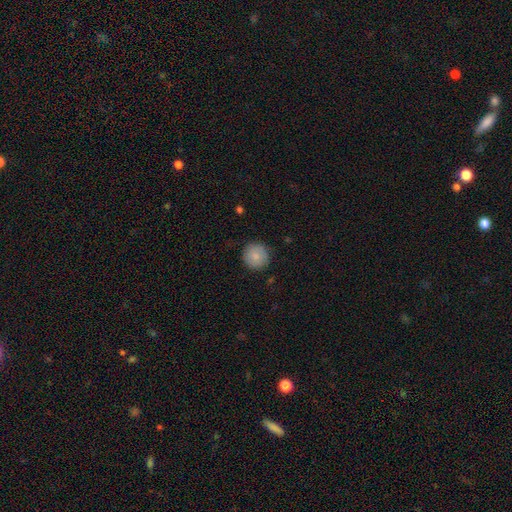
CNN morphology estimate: A smooth galaxy with no disk features (84%) that is round (95%).

Vote fractions:
- Smooth or featured? smooth: 84% / featured or disk: 9% / star or artifact: 7%
- How rounded? round: 95% / in between: 4% / cigar-shaped: 1%
- Merging? none: 87% / minor disturbance: 10% / major disturbance: 2% / merger: 1%